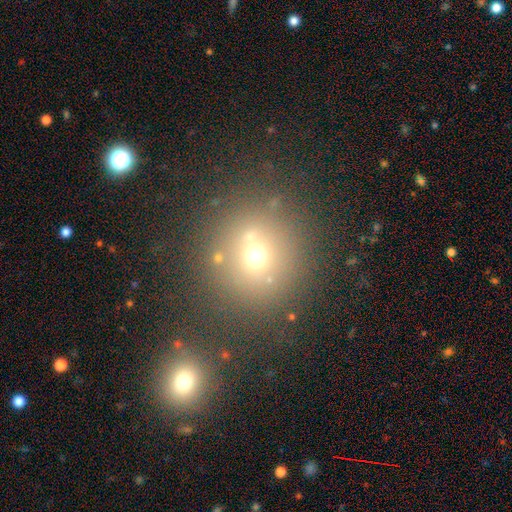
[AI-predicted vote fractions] This appears to be a smooth galaxy with no disk features (62%) that is round (92%). Merging: none (69%).